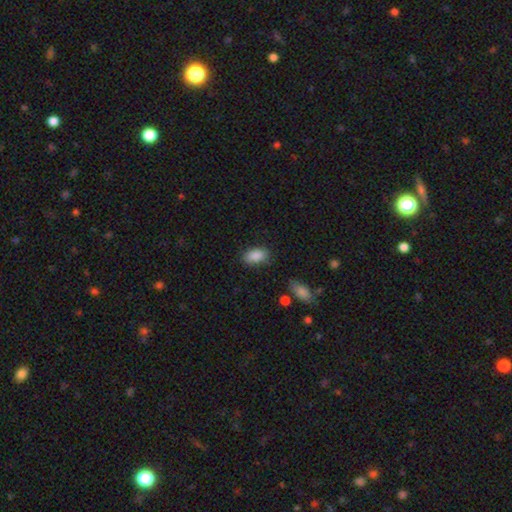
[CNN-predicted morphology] The model was most divided on "merging": none: 80%, minor disturbance: 15%, major disturbance: 4%, merger: 2%. More confident: how rounded — in between (91%); smooth or featured — smooth (88%).